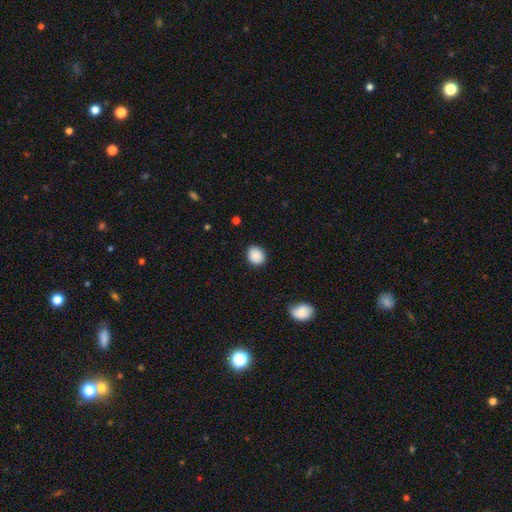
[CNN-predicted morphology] type=smooth (88%); roundness=round (68%); merging=none (89%).